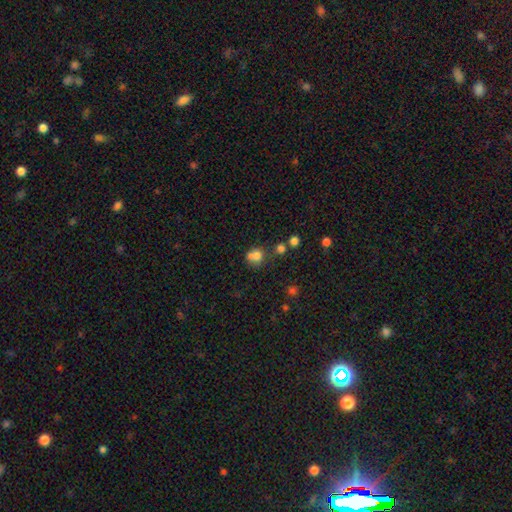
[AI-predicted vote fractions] Smooth or featured? Predicted: smooth (p=0.73). How rounded? Predicted: round (p=0.75). Merging? Predicted: merger (p=0.44).